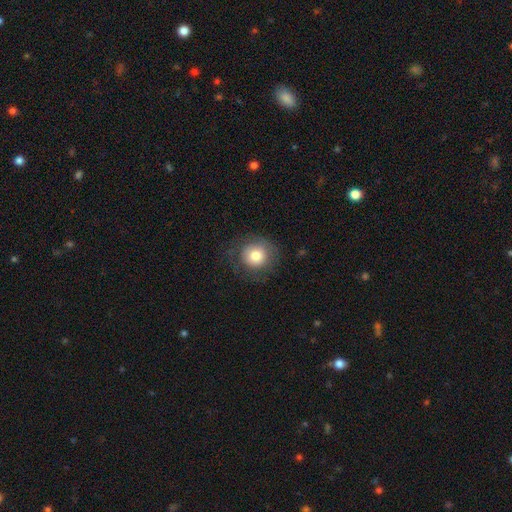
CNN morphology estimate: smooth_or_featured: smooth (p=0.75) [alt: featured or disk p=0.16]
how_rounded: round (p=0.90) [alt: in between p=0.09]
merging: none (p=0.73) [alt: minor disturbance p=0.16]